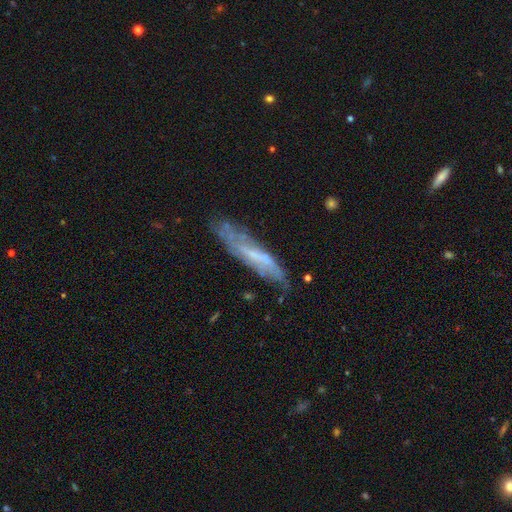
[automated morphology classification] Smooth or featured? Predicted: featured or disk (p=0.62). Edge-on disk? Predicted: no (p=0.50, tied with yes). Merging? Predicted: none (p=0.63).